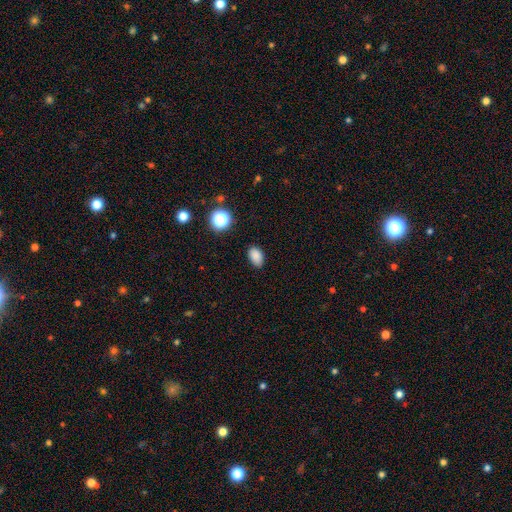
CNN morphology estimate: Overall: smooth (85%). How rounded: in between (85%). Merging: none (82%).